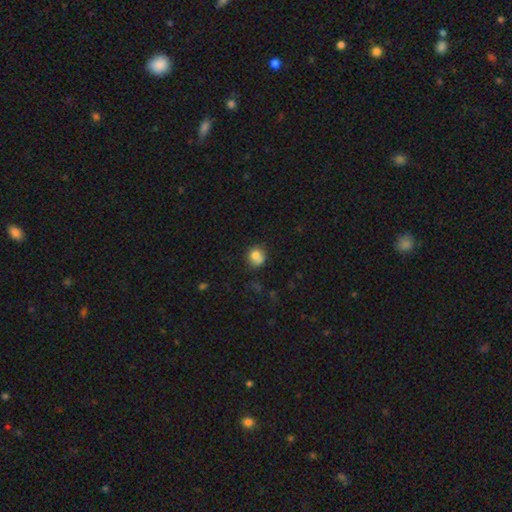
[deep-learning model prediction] Q: Smooth or featured?
A: smooth (78%); runner-up: featured or disk (12%)
Q: How rounded?
A: round (79%); runner-up: in between (20%)
Q: Merging?
A: none (55%); runner-up: minor disturbance (20%)